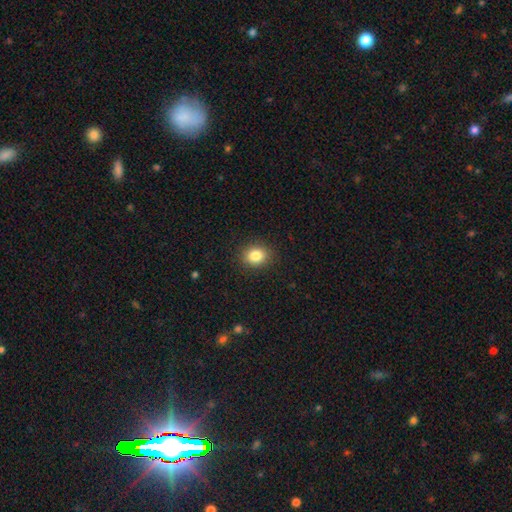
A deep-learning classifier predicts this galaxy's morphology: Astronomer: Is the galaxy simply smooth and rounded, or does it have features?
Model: smooth — 84%.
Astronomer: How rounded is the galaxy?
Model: round — 63%.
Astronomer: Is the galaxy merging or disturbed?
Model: none — 89%.